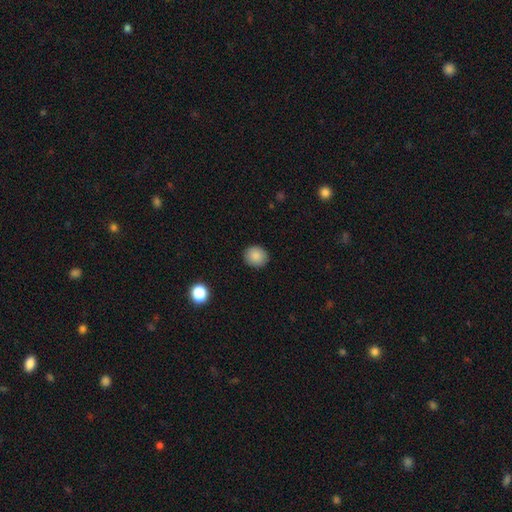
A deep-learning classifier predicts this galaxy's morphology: type=smooth (87%); roundness=round (82%); merging=none (90%).